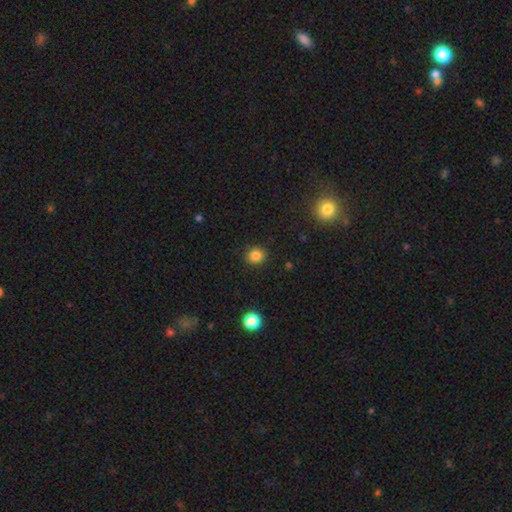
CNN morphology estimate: Smooth or featured? smooth (83%)
How rounded? round (84%)
Merging? none (90%)